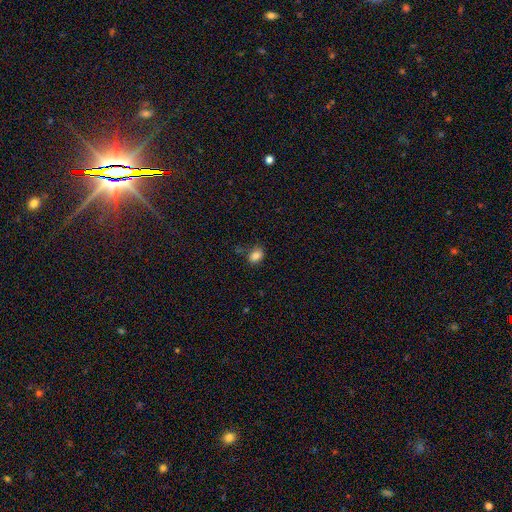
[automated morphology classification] Smooth or featured?
  - smooth: 83% *
  - star or artifact: 11%
  - featured or disk: 6%
How rounded?
  - in between: 72% *
  - round: 27%
  - cigar-shaped: 1%
Merging?
  - none: 71% *
  - minor disturbance: 19%
  - merger: 5%
  - major disturbance: 5%